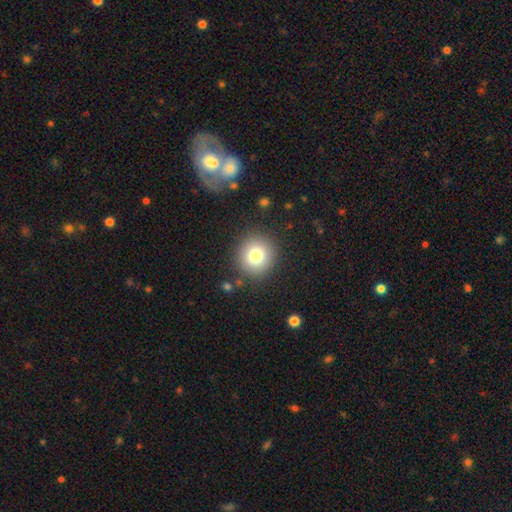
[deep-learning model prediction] Smooth or featured?
  - smooth: 77% *
  - star or artifact: 12%
  - featured or disk: 11%
How rounded?
  - round: 92% *
  - in between: 7%
  - cigar-shaped: 1%
Merging?
  - none: 88% *
  - minor disturbance: 7%
  - major disturbance: 3%
  - merger: 2%